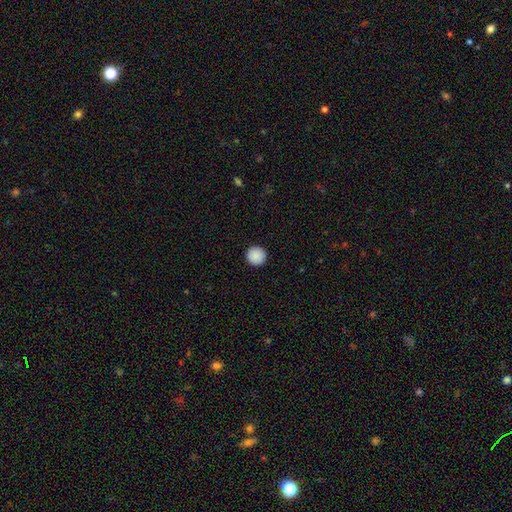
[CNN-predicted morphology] A smooth galaxy with no disk features (90%) that is round (96%). Merging: none (93%).